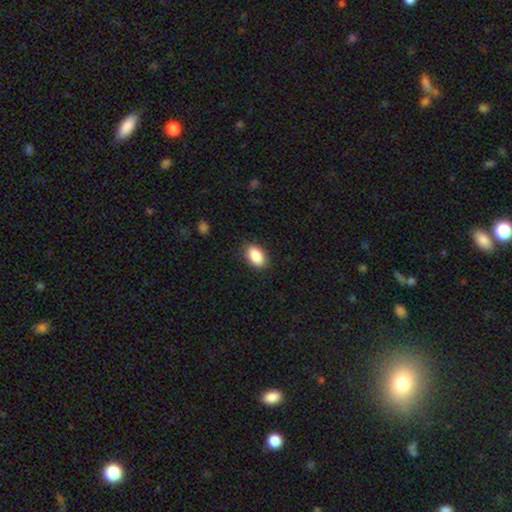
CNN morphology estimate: Q: Smooth or featured?
A: smooth (88%); runner-up: star or artifact (7%)
Q: How rounded?
A: in between (90%); runner-up: round (8%)
Q: Merging?
A: none (88%); runner-up: minor disturbance (9%)